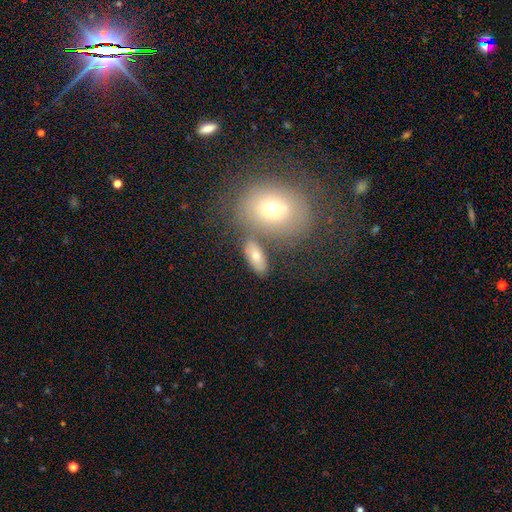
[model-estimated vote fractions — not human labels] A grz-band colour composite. It shows a smooth galaxy with no disk features (69%) that is in between round and cigar-shaped (79%). Merging: none (68%).